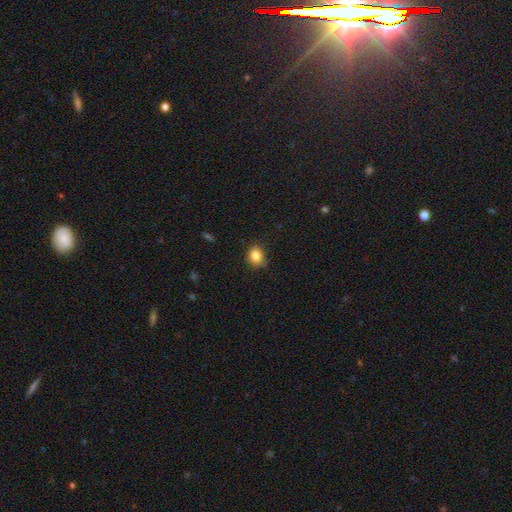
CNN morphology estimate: Overall: smooth (84%). How rounded: round (64%; in between 35%). Merging: none (71%).